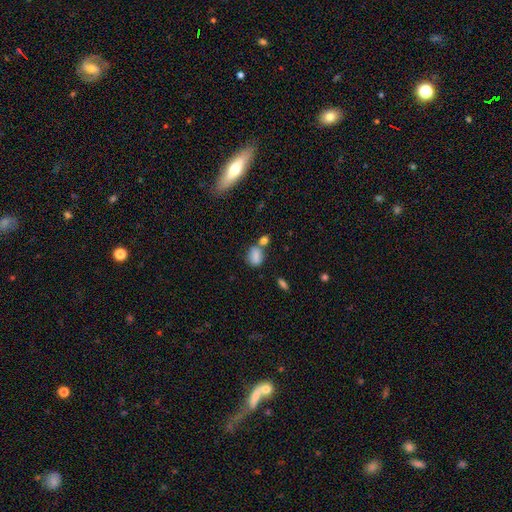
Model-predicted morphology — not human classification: Overall: smooth (81%). How rounded: in between (68%; round 29%). Merging: none (47%; merger 33%).